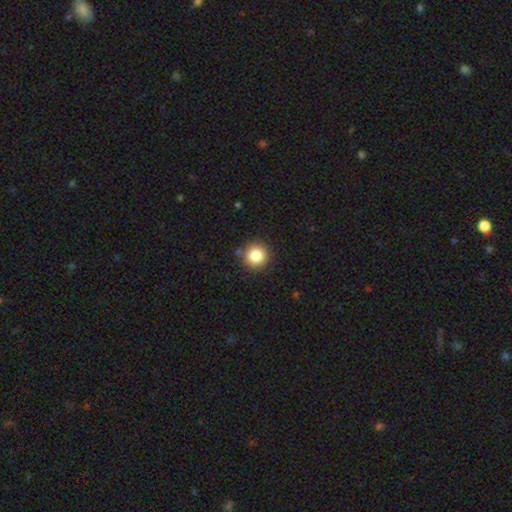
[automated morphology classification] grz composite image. It shows a smooth galaxy with no disk features (85%) that is round (94%). Merging: none (88%).